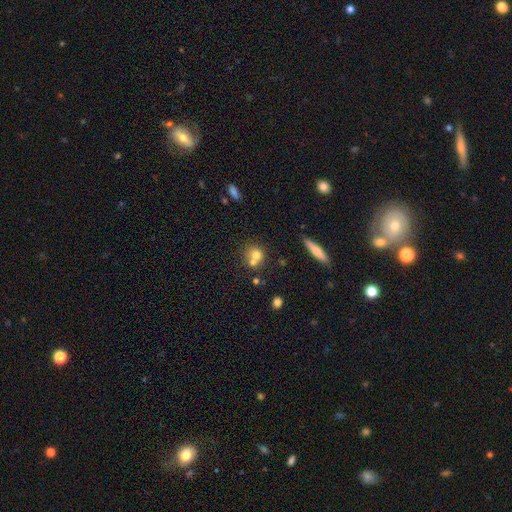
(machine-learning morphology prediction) Overall: smooth (67%). How rounded: round (81%). Merging: merger (47%; none 41%).